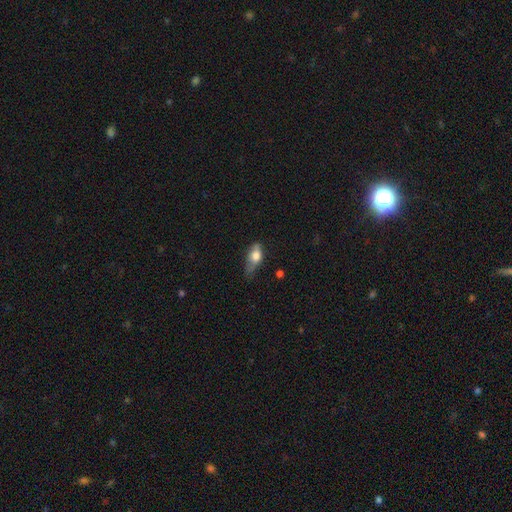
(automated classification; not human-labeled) A smooth galaxy with no disk features (69%) that is in between round and cigar-shaped (78%). Merging: minor disturbance (42%).